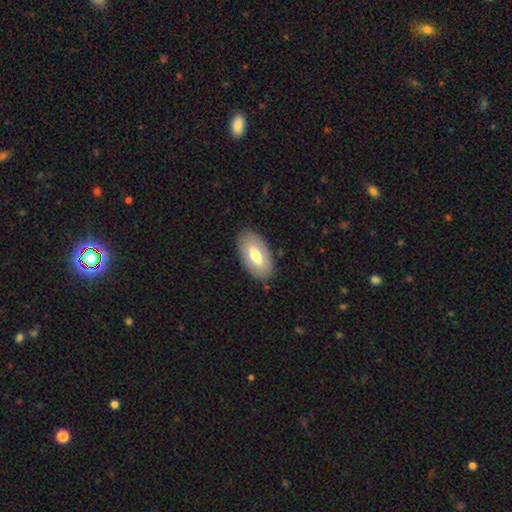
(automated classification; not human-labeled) Smooth or featured?
  - smooth: 61% *
  - featured or disk: 33%
  - star or artifact: 6%
How rounded?
  - in between: 93% *
  - cigar-shaped: 4%
  - round: 3%
Merging?
  - none: 85% *
  - minor disturbance: 11%
  - major disturbance: 3%
  - merger: 1%